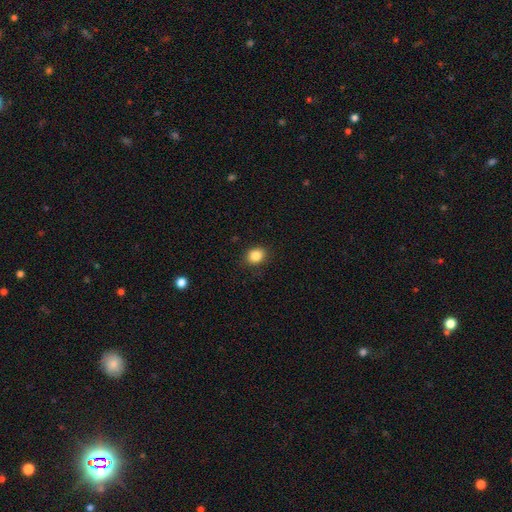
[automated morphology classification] type=smooth (86%); roundness=round (56%); merging=none (86%).